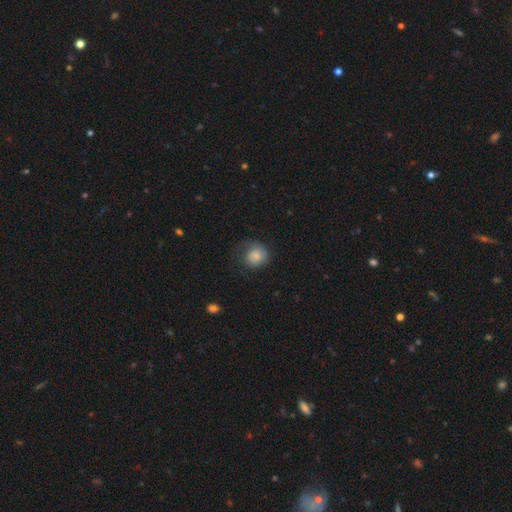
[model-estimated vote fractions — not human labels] Q: Smooth or featured?
A: smooth (77%); runner-up: featured or disk (15%)
Q: How rounded?
A: round (79%); runner-up: in between (20%)
Q: Merging?
A: none (54%); runner-up: minor disturbance (26%)